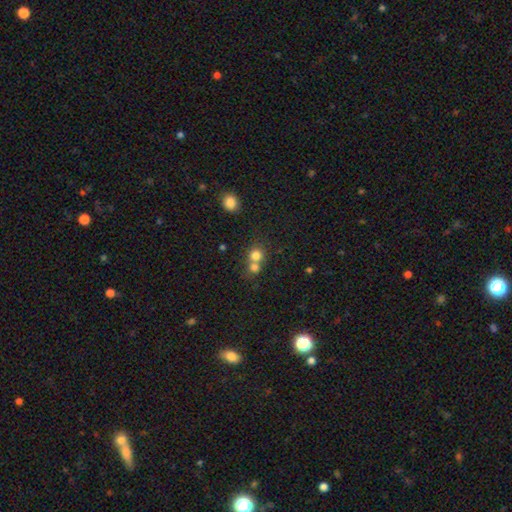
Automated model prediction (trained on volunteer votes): Overall: smooth (78%). How rounded: round (85%). Merging: merger (53%; none 39%).